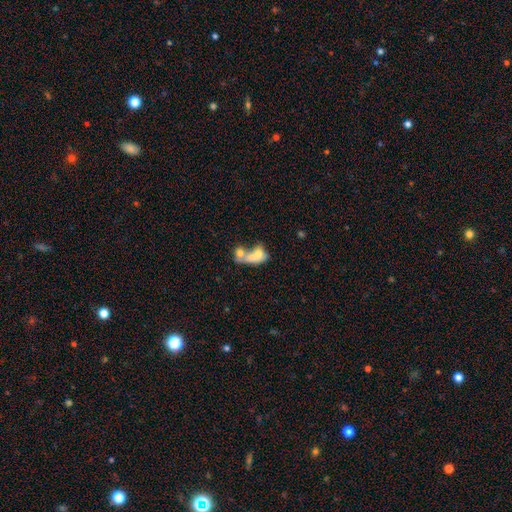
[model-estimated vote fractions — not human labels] Morphology: type=smooth (59%); roundness=in between (69%); merging=merger (71%).